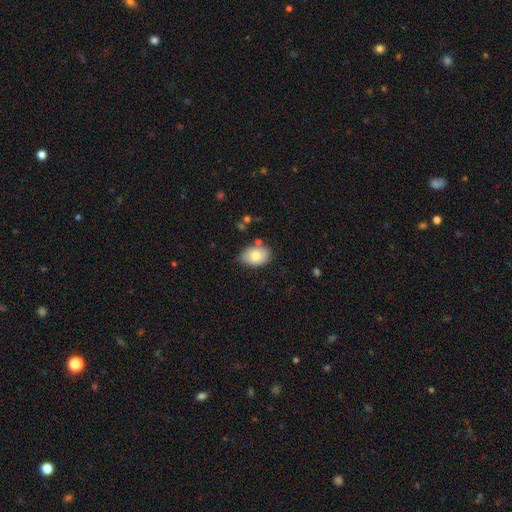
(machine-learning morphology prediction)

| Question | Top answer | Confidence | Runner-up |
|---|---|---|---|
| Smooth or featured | smooth | 78% | featured or disk (15%) |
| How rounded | in between | 83% | round (16%) |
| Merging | none | 69% | minor disturbance (23%) |